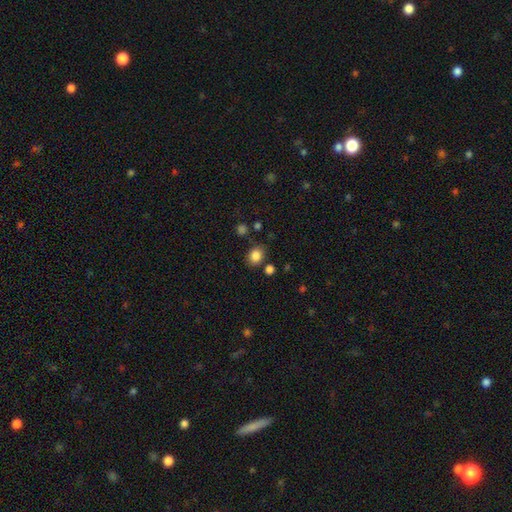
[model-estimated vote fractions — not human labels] This is clearly a smooth galaxy (84%). How rounded: possibly round (59%). Merging: likely none (76%).